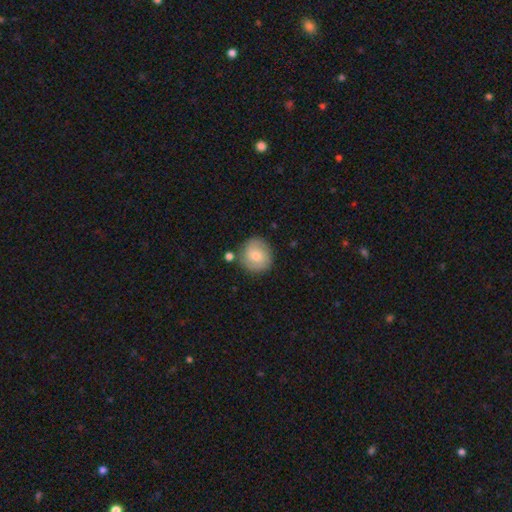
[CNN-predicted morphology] A smooth galaxy with no disk features (64%) that is round (91%).

Vote fractions:
- Smooth or featured? smooth: 64% / featured or disk: 28% / star or artifact: 8%
- How rounded? round: 91% / in between: 8% / cigar-shaped: 1%
- Merging? none: 80% / minor disturbance: 11% / merger: 5% / major disturbance: 3%